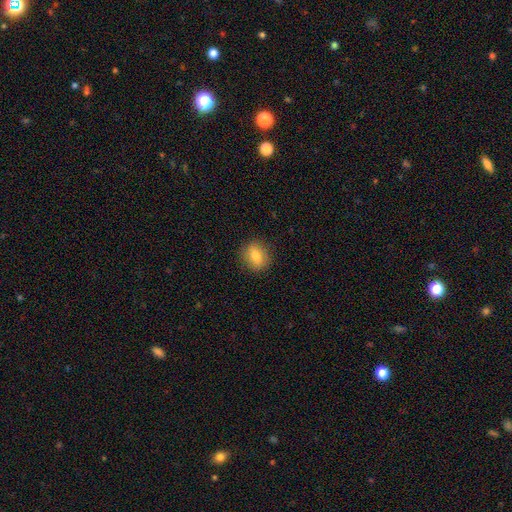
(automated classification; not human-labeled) This is likely a smooth galaxy (77%). How rounded: possibly round (60%). Merging: clearly none (88%).